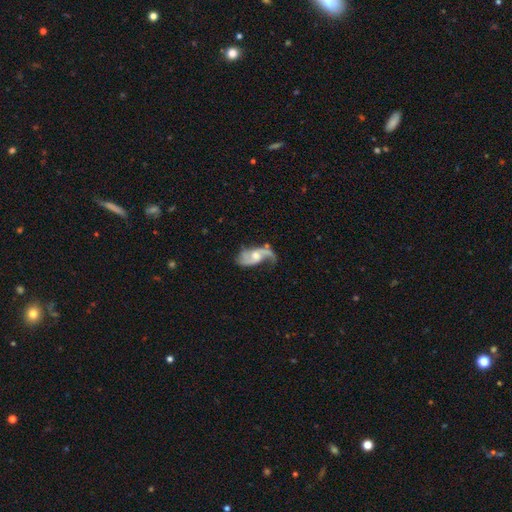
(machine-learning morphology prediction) A featured or disk galaxy (83%) with no bar (52%), 2 (80%) loose (67%) spiral arms (93%) and a moderate central bulge (55%). Merging: none (45%).